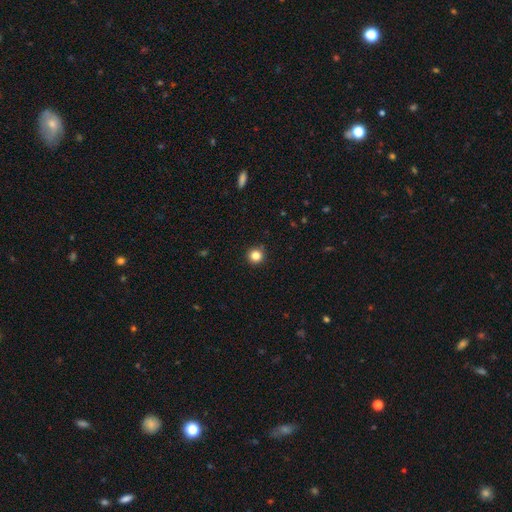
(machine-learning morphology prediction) The model was most divided on "smooth or featured": smooth: 84%, star or artifact: 12%, featured or disk: 4%. More confident: how rounded — round (95%); merging — none (91%).